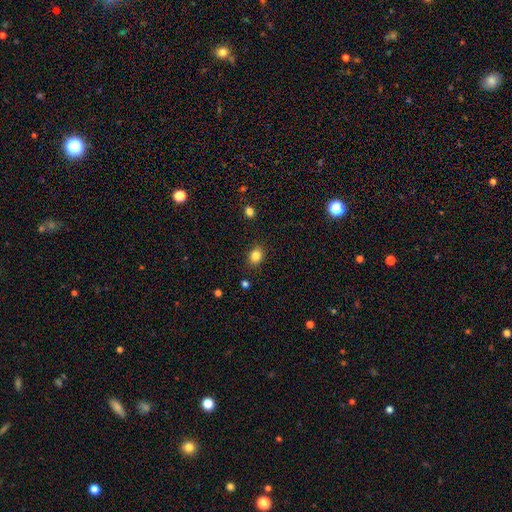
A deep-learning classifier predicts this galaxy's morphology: Q: Smooth or featured?
A: smooth (84%); runner-up: star or artifact (11%)
Q: How rounded?
A: round (51%); runner-up: in between (48%)
Q: Merging?
A: none (87%); runner-up: minor disturbance (9%)